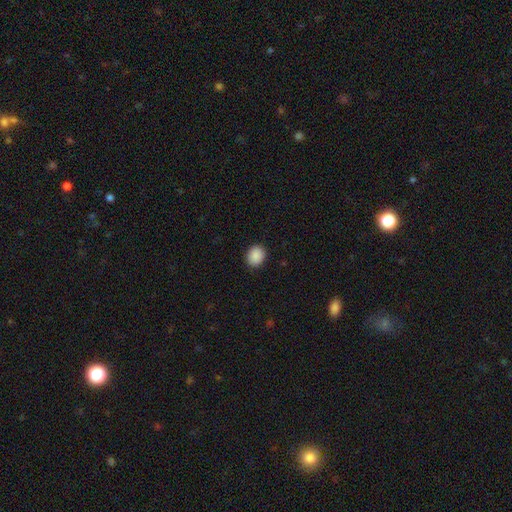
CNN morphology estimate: smooth_or_featured: smooth (p=0.89) [alt: star or artifact p=0.08]
how_rounded: round (p=0.61) [alt: in between p=0.38]
merging: none (p=0.90) [alt: minor disturbance p=0.07]